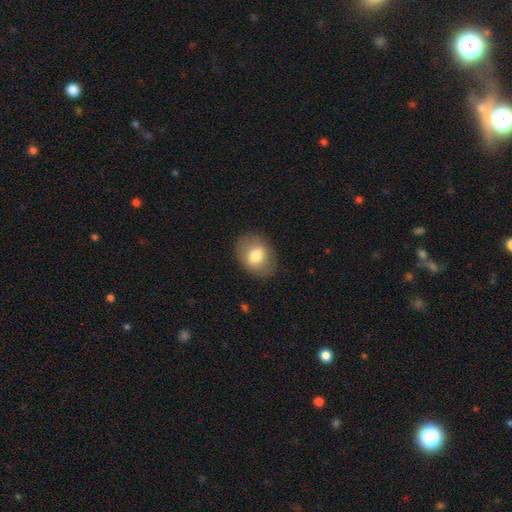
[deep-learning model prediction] The model was most divided on "how rounded": in between: 64%, round: 35%, cigar-shaped: 1%. More confident: merging — none (85%); smooth or featured — smooth (74%).